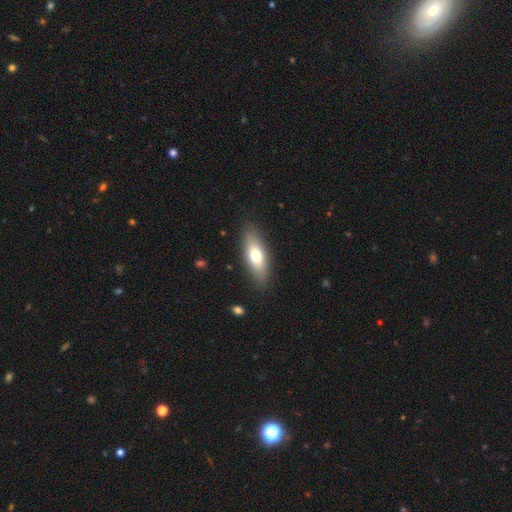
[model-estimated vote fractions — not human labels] smooth 67%, featured or disk 26%, star or artifact 7%. Down the decision tree: how rounded — in between (70%); merging — none (87%).